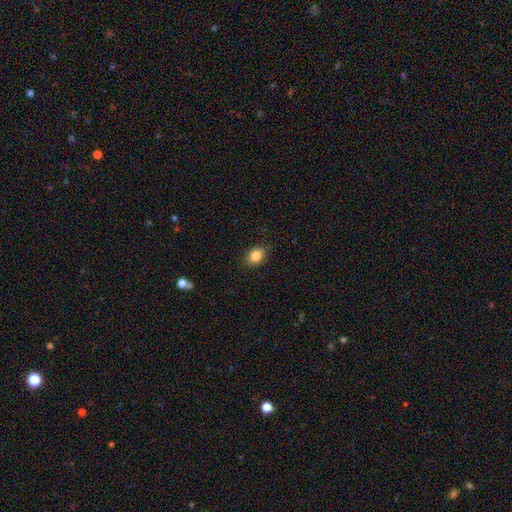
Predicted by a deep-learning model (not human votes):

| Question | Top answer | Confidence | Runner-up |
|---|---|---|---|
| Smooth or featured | smooth | 83% | star or artifact (10%) |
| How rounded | in between | 61% | round (37%) |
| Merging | none | 86% | minor disturbance (11%) |